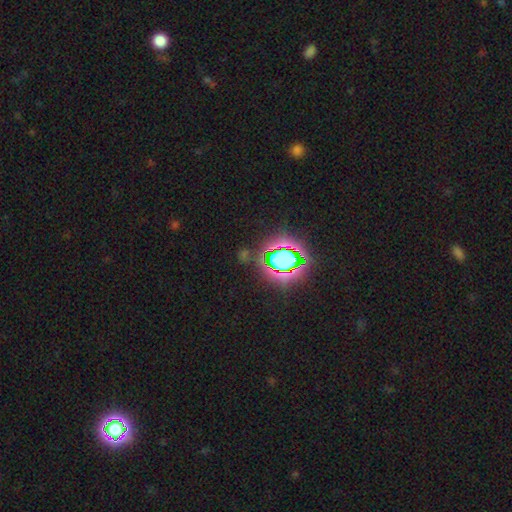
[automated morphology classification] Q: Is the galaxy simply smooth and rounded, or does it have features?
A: star or artifact — 77%.